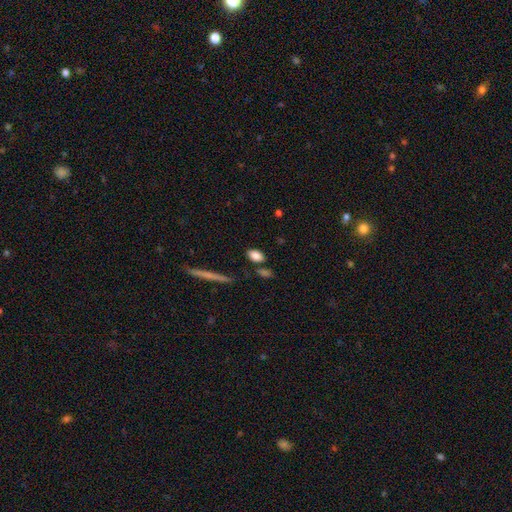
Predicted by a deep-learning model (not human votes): Smooth or featured?
  - smooth: 83% *
  - featured or disk: 9%
  - star or artifact: 8%
How rounded?
  - in between: 88% *
  - round: 7%
  - cigar-shaped: 5%
Merging?
  - none: 76% *
  - minor disturbance: 13%
  - merger: 7%
  - major disturbance: 4%